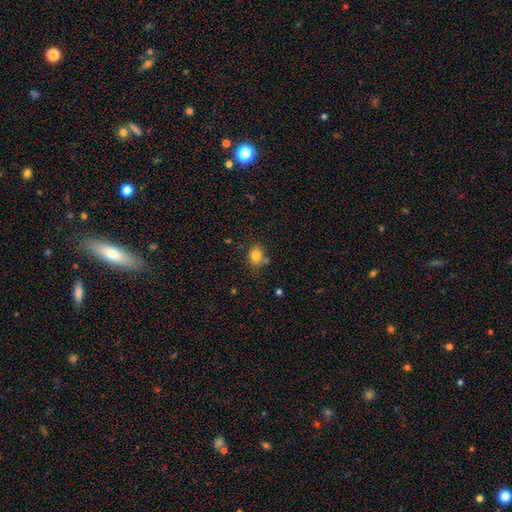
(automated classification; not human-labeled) smooth 80%, star or artifact 11%, featured or disk 10%. Down the decision tree: how rounded — in between (57%); merging — none (69%).